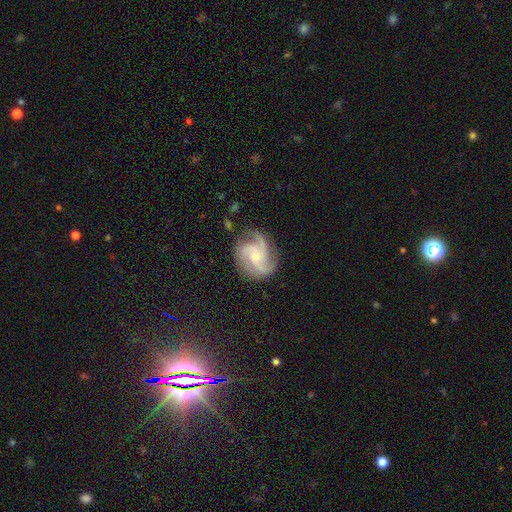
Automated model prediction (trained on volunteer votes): Morphology: type=featured or disk (88%); edge-on=no (98%); bar=no (68%); spiral arms=yes (98%); winding=medium (53%); arm count=3 (69%); bulge=small (62%); merging=none (74%).